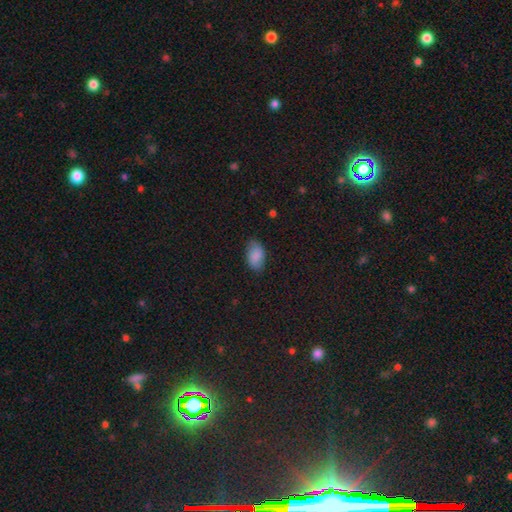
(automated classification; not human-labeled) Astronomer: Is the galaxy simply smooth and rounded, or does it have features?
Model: smooth — 83%.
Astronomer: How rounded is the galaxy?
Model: in between — 92%.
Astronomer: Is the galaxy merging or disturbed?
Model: none — 75%.